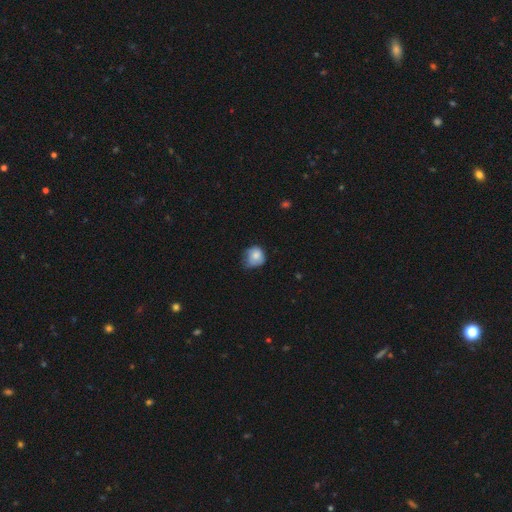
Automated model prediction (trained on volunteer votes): Q: Smooth or featured?
A: smooth (78%); runner-up: featured or disk (14%)
Q: How rounded?
A: round (76%); runner-up: in between (23%)
Q: Merging?
A: none (45%); runner-up: minor disturbance (41%)